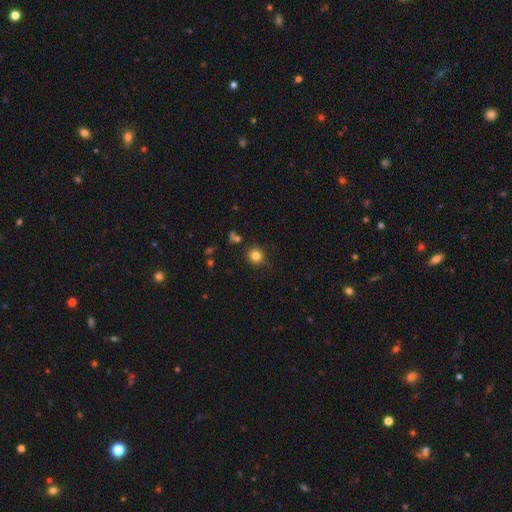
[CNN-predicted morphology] smooth-or-featured: smooth: 80% | star or artifact: 14% | featured or disk: 6%
  how-rounded: round: 92% | in between: 7% | cigar-shaped: 1%
  merging: none: 82% | minor disturbance: 12% | merger: 3% | major disturbance: 3%